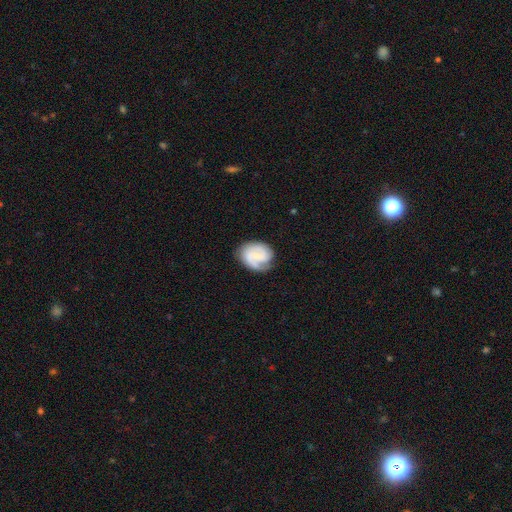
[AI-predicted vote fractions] smooth-or-featured: featured or disk: 60% | smooth: 33% | star or artifact: 7%
  disk-edge-on: no: 98% | yes: 2%
    bar: no: 46% | weak: 42% | strong: 12%
    has-spiral-arms: yes: 91% | no: 9%
      spiral-winding: tight: 44% | medium: 39% | loose: 17%
      spiral-arm-count: 2: 47% | 1: 28% | can't tell: 15% | 3: 7% | 4: 2% | more than 4: 2%
    bulge-size: small: 43% | none: 40% | moderate: 13% | large: 3% | dominant: 1%
  merging: none: 65% | minor disturbance: 22% | major disturbance: 11% | merger: 2%